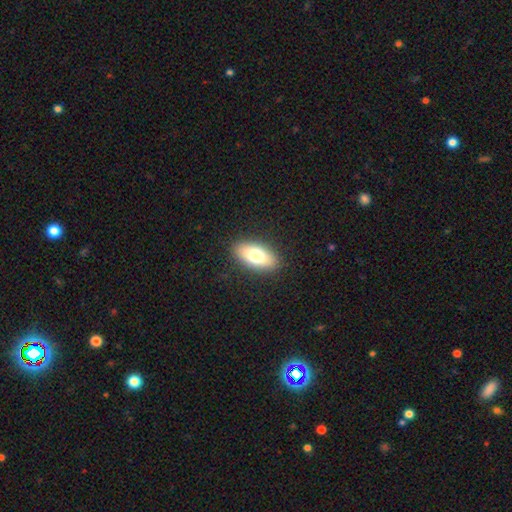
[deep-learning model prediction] Smooth or featured? smooth (74%)
How rounded? in between (88%)
Merging? none (89%)